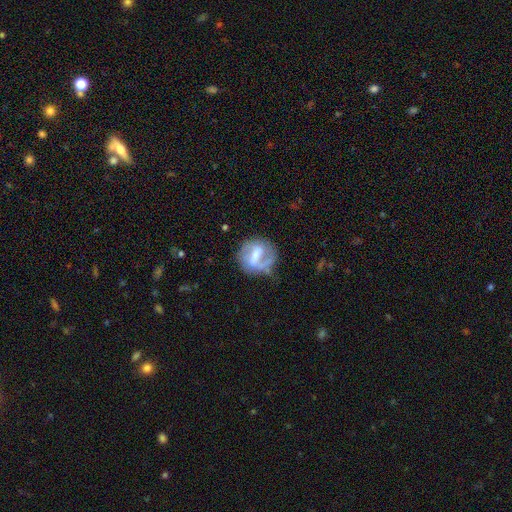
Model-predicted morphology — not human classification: smooth-or-featured: featured or disk: 62% | smooth: 30% | star or artifact: 7%
  disk-edge-on: no: 96% | yes: 4%
    bar: strong: 49% | weak: 35% | no: 16%
    has-spiral-arms: yes: 59% | no: 41%
    bulge-size: moderate: 35% | small: 27% | none: 26% | large: 11% | dominant: 2%
  merging: none: 53% | minor disturbance: 24% | major disturbance: 17% | merger: 5%